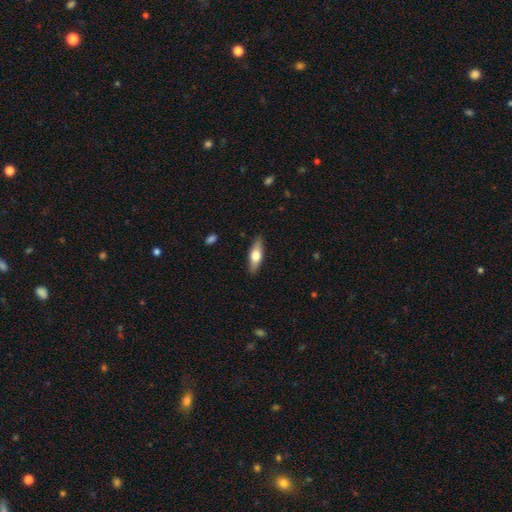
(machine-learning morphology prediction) Q: Smooth or featured?
A: smooth (57%); runner-up: featured or disk (37%)
Q: How rounded?
A: in between (55%); runner-up: cigar-shaped (42%)
Q: Merging?
A: none (88%); runner-up: minor disturbance (9%)